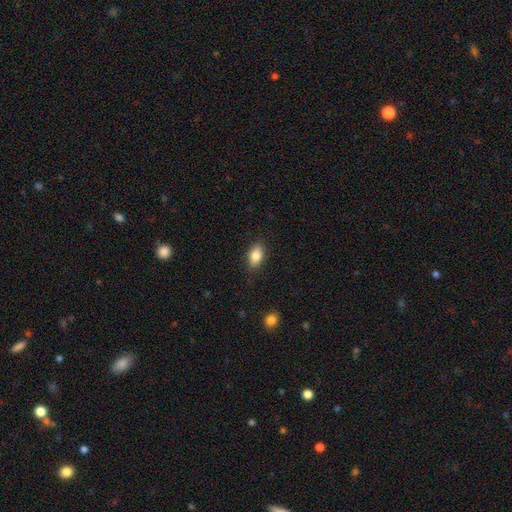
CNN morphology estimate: This appears to be a smooth galaxy with no disk features (84%) that is in between round and cigar-shaped (89%). Merging: none (86%).